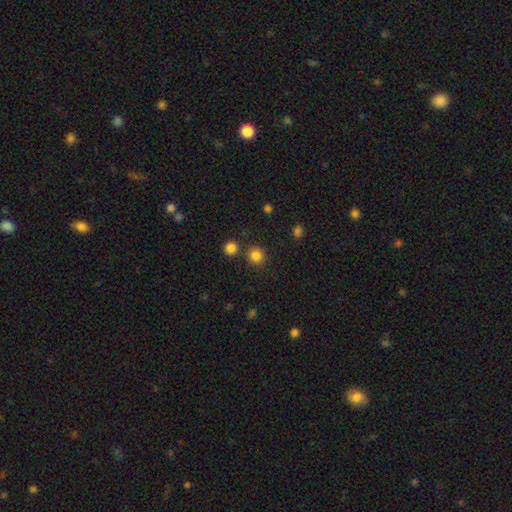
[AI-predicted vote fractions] Smooth or featured? Predicted: smooth (p=0.83). How rounded? Predicted: round (p=0.92). Merging? Predicted: none (p=0.83).